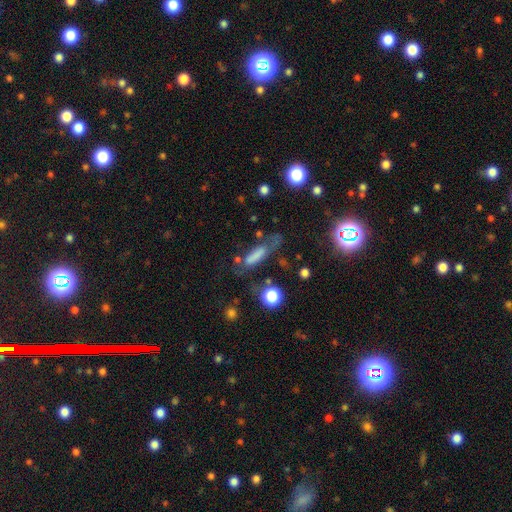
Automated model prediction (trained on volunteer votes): This appears to be a smooth galaxy with no disk features (65%) that is cigar-shaped (57%). Merging: none (44%).